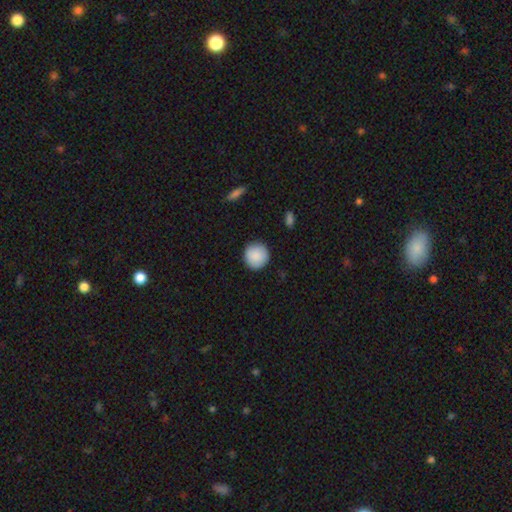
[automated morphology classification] Q: Smooth or featured?
A: smooth (88%); runner-up: star or artifact (7%)
Q: How rounded?
A: round (94%); runner-up: in between (5%)
Q: Merging?
A: none (90%); runner-up: minor disturbance (7%)